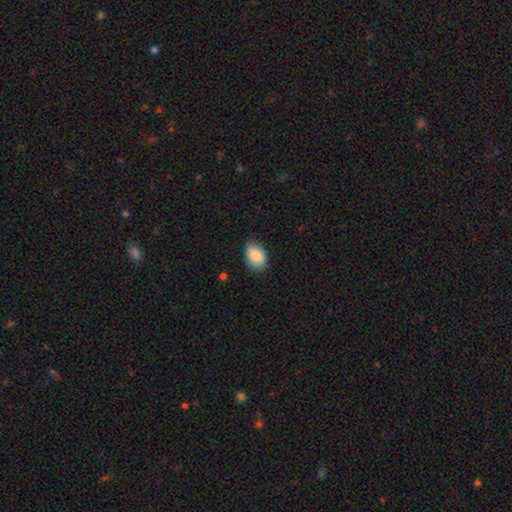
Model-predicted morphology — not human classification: Overall: smooth (88%). How rounded: in between (87%). Merging: none (78%).